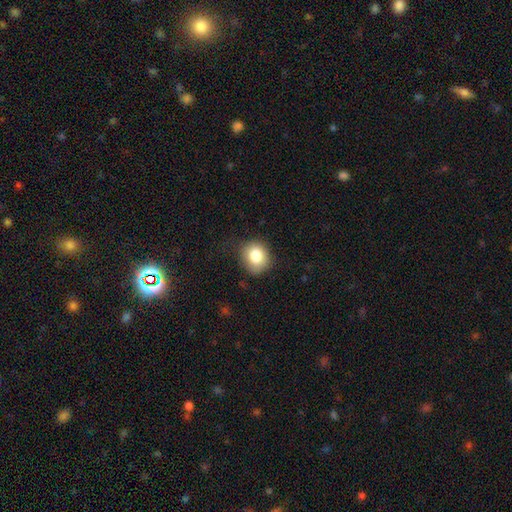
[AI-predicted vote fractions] The model was most divided on "how rounded": round: 75%, in between: 24%, cigar-shaped: 1%. More confident: smooth or featured — smooth (82%); merging — none (75%).